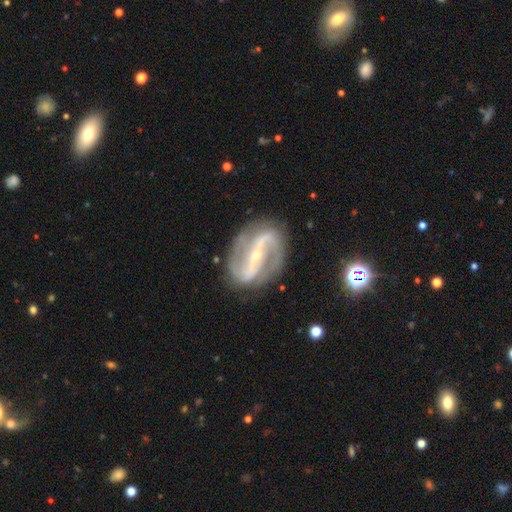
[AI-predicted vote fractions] featured or disk 90%, star or artifact 5%, smooth 5%. Down the decision tree: edge-on disk — no (95%); bar — strong (73%); spiral arms — yes (95%); spiral arm count — 2 (92%); spiral winding — medium (46%); bulge size — small (78%); merging — none (83%).